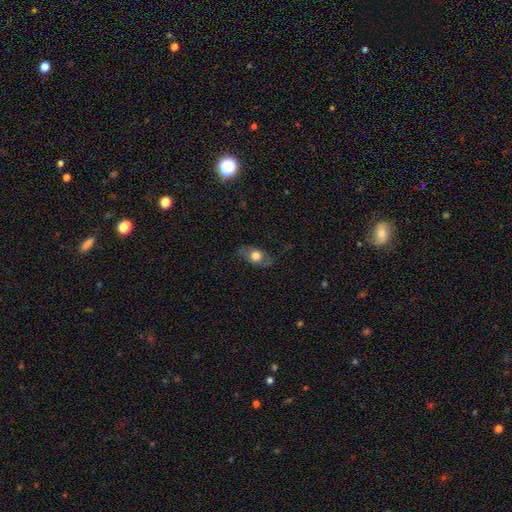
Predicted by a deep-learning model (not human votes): Smooth or featured: smooth — 61% (featured or disk — 31%)
How rounded: in between — 77% (round — 17%)
Merging: none — 74% (minor disturbance — 19%)